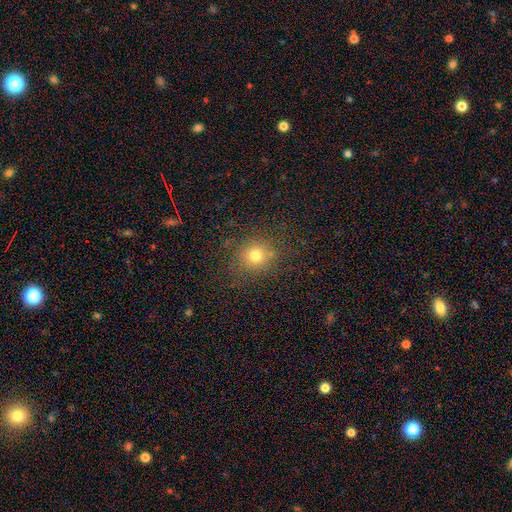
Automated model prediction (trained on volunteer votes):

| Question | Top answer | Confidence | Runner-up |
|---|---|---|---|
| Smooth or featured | smooth | 73% | star or artifact (18%) |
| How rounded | round | 79% | in between (20%) |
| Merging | none | 81% | minor disturbance (12%) |